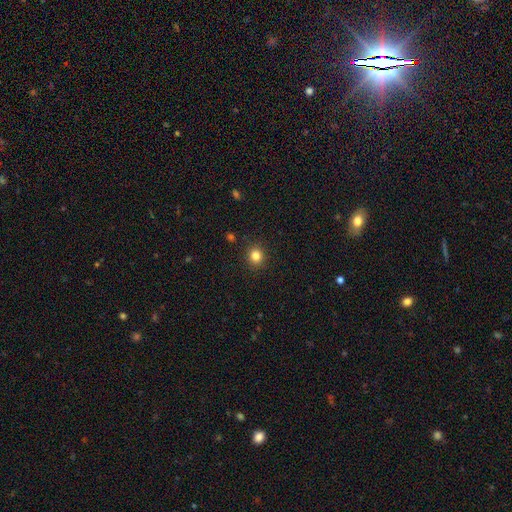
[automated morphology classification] Smooth or featured?
  - smooth: 83% *
  - star or artifact: 12%
  - featured or disk: 5%
How rounded?
  - round: 85% *
  - in between: 14%
  - cigar-shaped: 1%
Merging?
  - none: 90% *
  - minor disturbance: 6%
  - major disturbance: 2%
  - merger: 1%